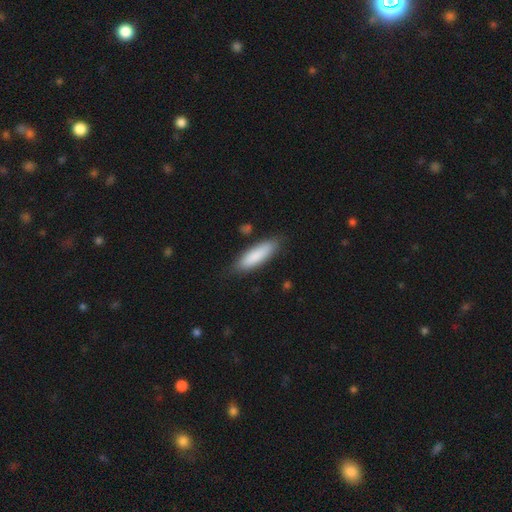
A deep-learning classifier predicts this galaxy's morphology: smooth_or_featured: smooth (p=0.86) [alt: featured or disk p=0.09]
how_rounded: cigar-shaped (p=0.58) [alt: in between p=0.41]
merging: none (p=0.84) [alt: minor disturbance p=0.12]